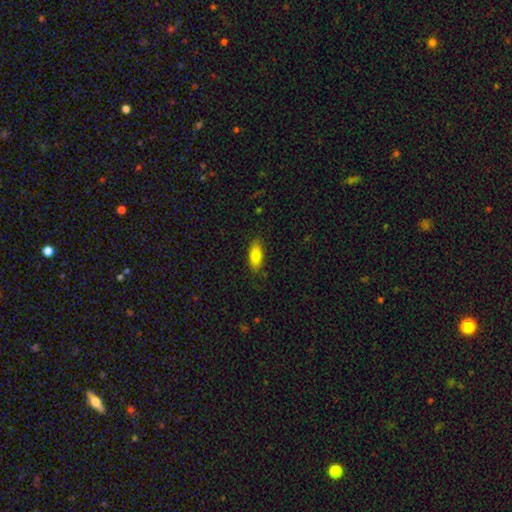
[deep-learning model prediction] Morphology: type=smooth (80%); roundness=in between (81%); merging=none (83%).